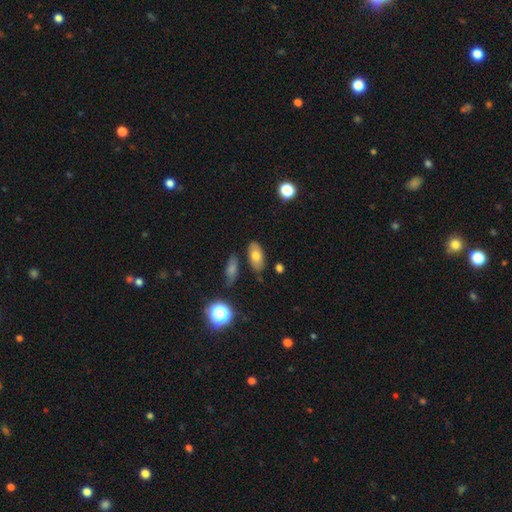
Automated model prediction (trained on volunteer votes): A smooth galaxy with no disk features (72%) that is in between round and cigar-shaped (90%).

Vote fractions:
- Smooth or featured? smooth: 72% / featured or disk: 18% / star or artifact: 10%
- How rounded? in between: 90% / round: 5% / cigar-shaped: 5%
- Merging? none: 79% / minor disturbance: 13% / merger: 5% / major disturbance: 3%